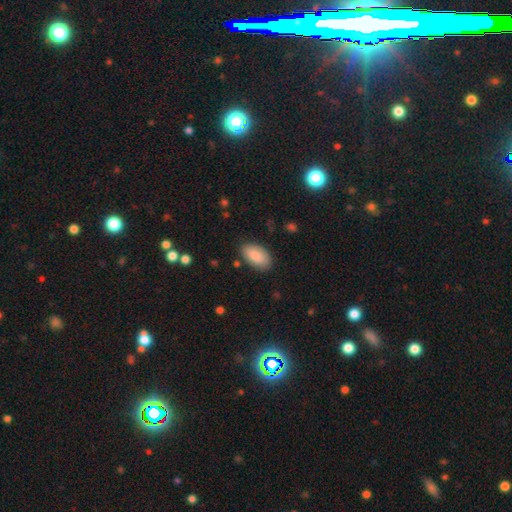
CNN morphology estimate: Smooth or featured? smooth (86%)
How rounded? in between (95%)
Merging? none (83%)